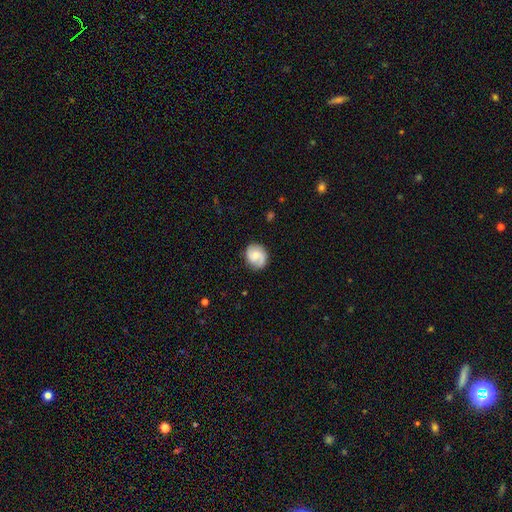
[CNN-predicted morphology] featured or disk 61%, smooth 32%, star or artifact 7%. Down the decision tree: edge-on disk — no (98%); bar — no (54%); spiral arms — yes (92%); spiral arm count — 2 (83%); spiral winding — medium (45%); bulge size — moderate (45%); merging — none (81%).